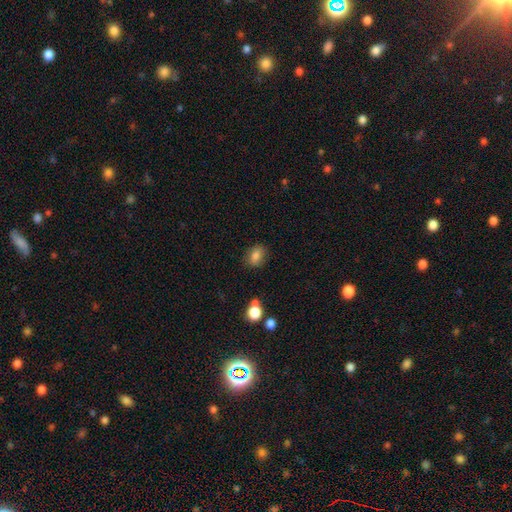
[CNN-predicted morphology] The model was most divided on "how rounded": in between: 62%, round: 37%, cigar-shaped: 1%. More confident: merging — none (81%); smooth or featured — smooth (80%).